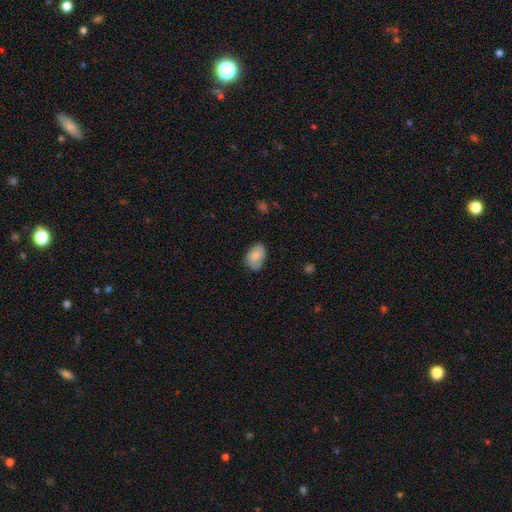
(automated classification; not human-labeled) Smooth or featured?
  - smooth: 84% *
  - featured or disk: 9%
  - star or artifact: 7%
How rounded?
  - in between: 88% *
  - round: 11%
  - cigar-shaped: 1%
Merging?
  - none: 66% *
  - minor disturbance: 27%
  - major disturbance: 5%
  - merger: 2%